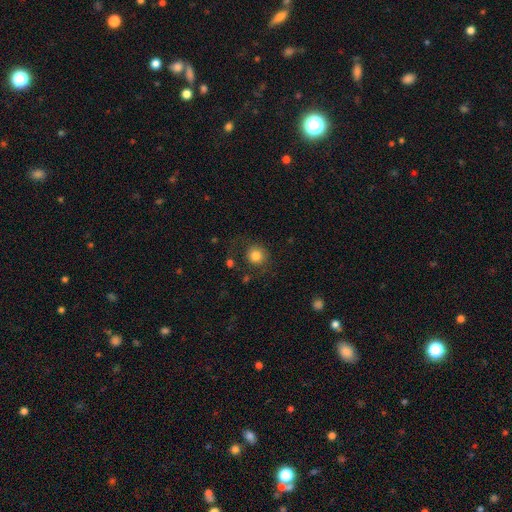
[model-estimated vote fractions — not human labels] Smooth or featured?
  - smooth: 81% *
  - star or artifact: 10%
  - featured or disk: 9%
How rounded?
  - round: 90% *
  - in between: 9%
  - cigar-shaped: 1%
Merging?
  - none: 73% *
  - minor disturbance: 13%
  - major disturbance: 11%
  - merger: 3%